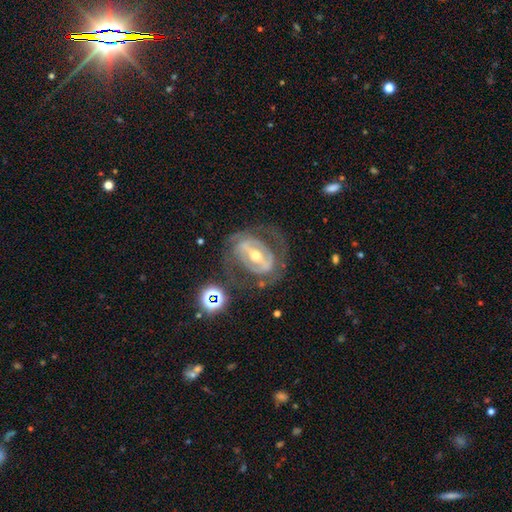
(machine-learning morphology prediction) A featured or disk galaxy (83%) with a strong bar (59%), 2 (62%) tight (46%) spiral arms (66%) and a moderate central bulge (64%).

Vote fractions:
- Smooth or featured? featured or disk: 83% / smooth: 10% / star or artifact: 7%
- Edge-on disk? no: 94% / yes: 6%
- Bar? strong: 59% / weak: 27% / no: 14%
- Spiral arms? yes: 66% / no: 34%
- Spiral winding? tight: 46% / medium: 37% / loose: 17%
- Spiral arm count? 2: 62% / can't tell: 24% / 1: 6% / 3: 5% / 4: 2% / more than 4: 2%
- Bulge size? moderate: 64% / small: 30% / large: 4% / none: 1% / dominant: 1%
- Merging? none: 62% / major disturbance: 18% / minor disturbance: 18% / merger: 3%